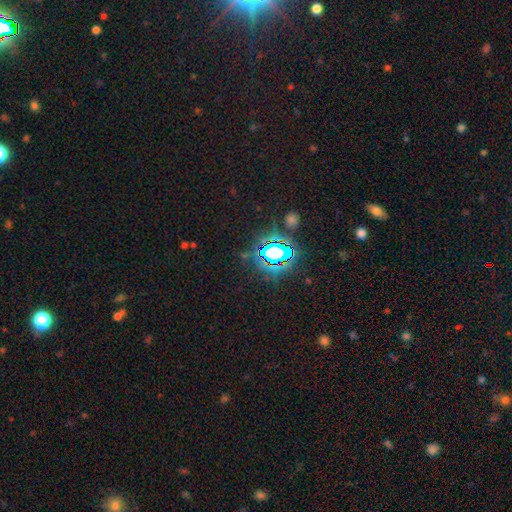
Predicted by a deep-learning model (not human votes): star or artifact 81%, smooth 12%, featured or disk 7%.